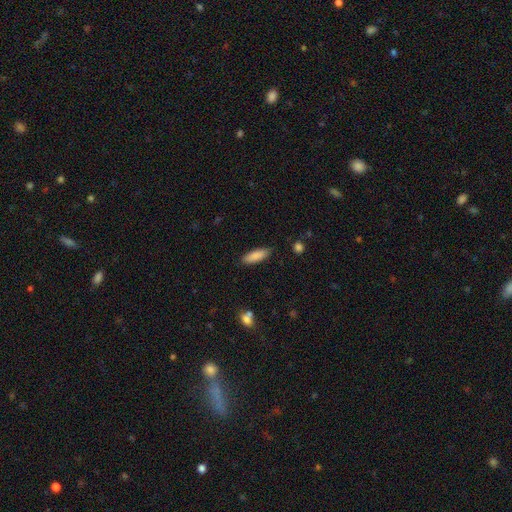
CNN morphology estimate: A smooth galaxy with no disk features (87%) that is in between round and cigar-shaped (54%). Merging: none (87%).